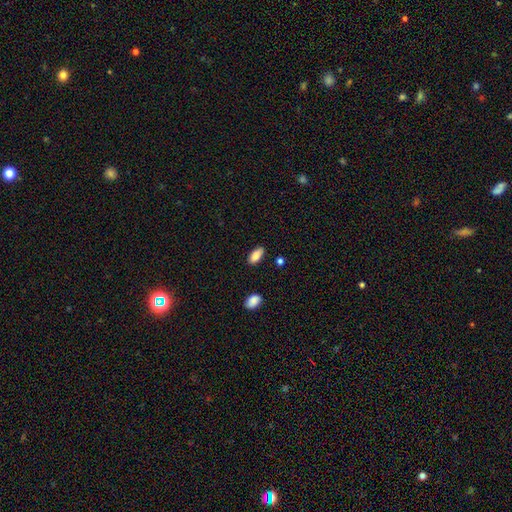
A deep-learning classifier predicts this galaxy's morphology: This appears to be a smooth galaxy with no disk features (87%) that is in between round and cigar-shaped (90%). Merging: none (80%).